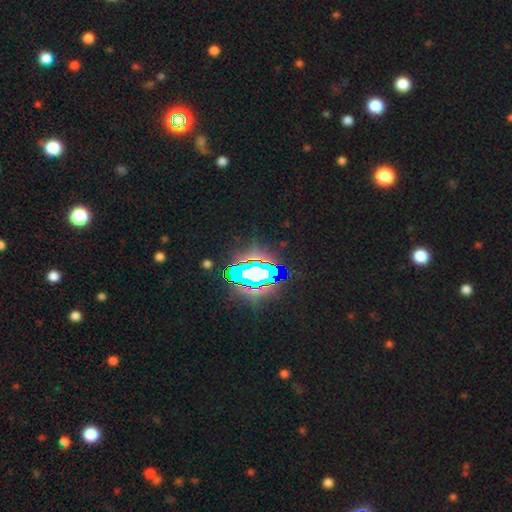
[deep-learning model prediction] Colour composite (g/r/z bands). It shows a star or artifact, not a galaxy (76%).